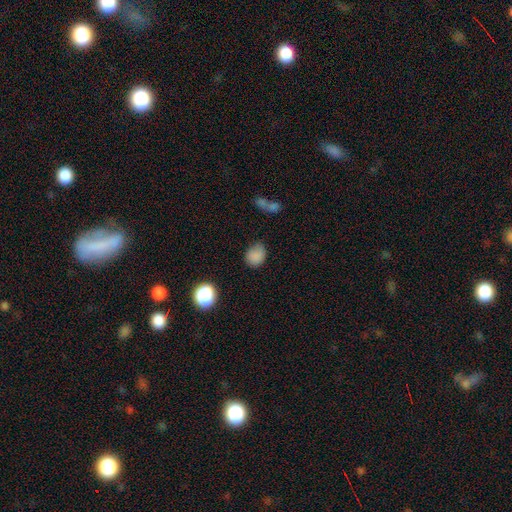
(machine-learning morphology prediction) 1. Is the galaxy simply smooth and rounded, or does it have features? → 83% smooth, 12% star or artifact, 5% featured or disk.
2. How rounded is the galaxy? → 62% round, 36% in between, 1% cigar-shaped.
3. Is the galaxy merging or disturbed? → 71% none, 22% minor disturbance, 5% major disturbance, 2% merger.